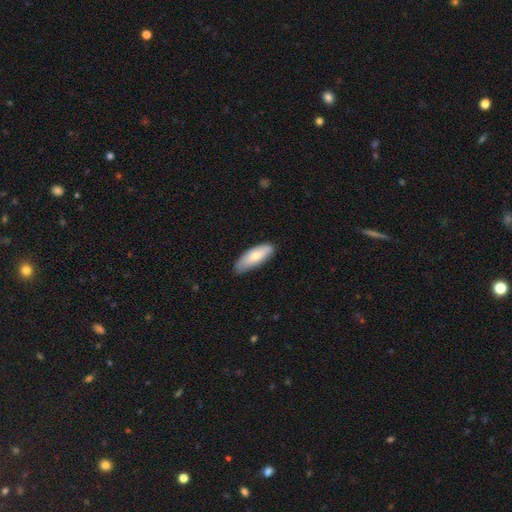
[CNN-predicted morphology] A smooth galaxy with no disk features (73%) that is in between round and cigar-shaped (68%).

Vote fractions:
- Smooth or featured? smooth: 73% / featured or disk: 22% / star or artifact: 6%
- How rounded? in between: 68% / cigar-shaped: 30% / round: 2%
- Merging? none: 78% / minor disturbance: 18% / major disturbance: 3% / merger: 1%